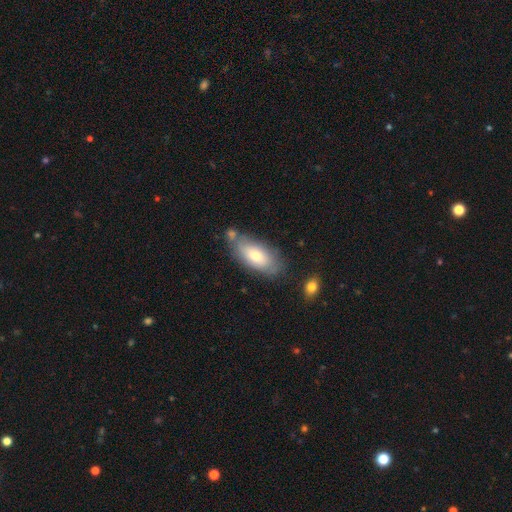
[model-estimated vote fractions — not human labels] A smooth galaxy with no disk features (67%) that is in between round and cigar-shaped (87%). Merging: none (66%).